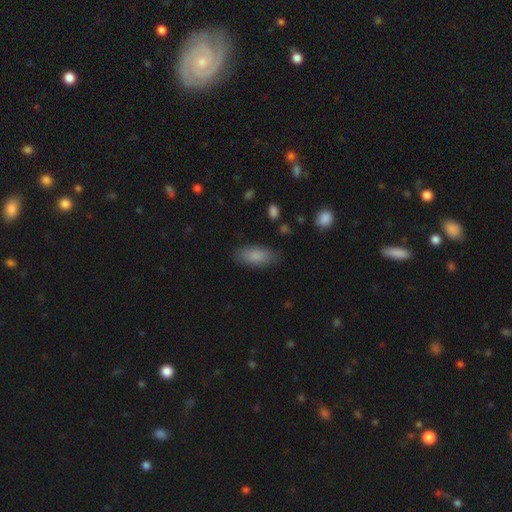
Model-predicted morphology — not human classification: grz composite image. It shows a smooth galaxy with no disk features (86%) that is in between round and cigar-shaped (85%). Merging: none (83%).